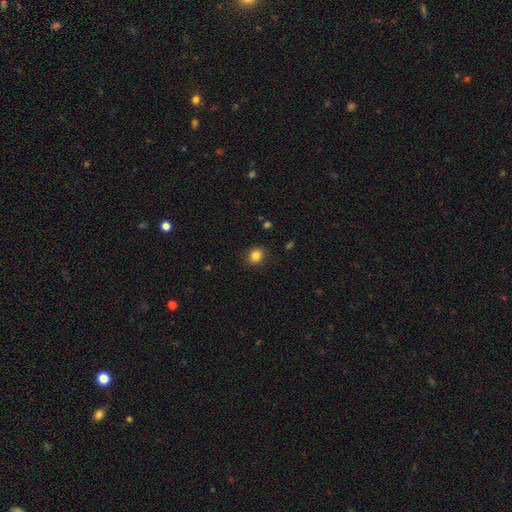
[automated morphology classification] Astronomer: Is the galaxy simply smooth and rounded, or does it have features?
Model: smooth — 84%.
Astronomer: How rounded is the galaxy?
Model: round — 75%.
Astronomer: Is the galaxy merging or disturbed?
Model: none — 87%.